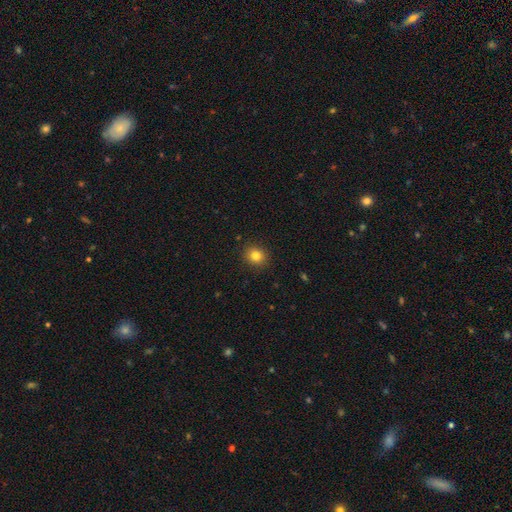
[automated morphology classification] A smooth galaxy with no disk features (82%) that is round (82%).

Vote fractions:
- Smooth or featured? smooth: 82% / star or artifact: 12% / featured or disk: 7%
- How rounded? round: 82% / in between: 17% / cigar-shaped: 1%
- Merging? none: 91% / minor disturbance: 6% / major disturbance: 2% / merger: 1%